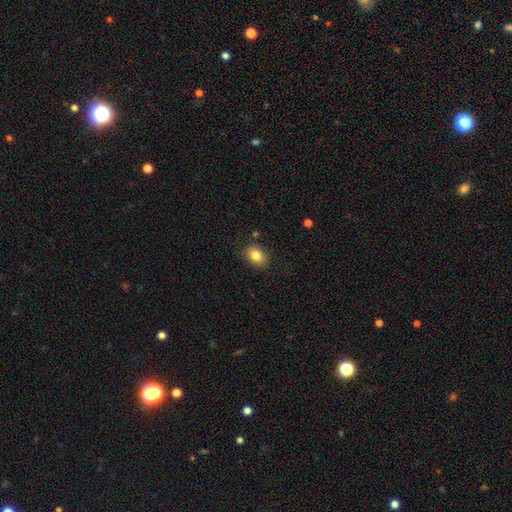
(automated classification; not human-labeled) Q: Smooth or featured?
A: smooth (82%); runner-up: star or artifact (9%)
Q: How rounded?
A: in between (66%); runner-up: round (33%)
Q: Merging?
A: none (87%); runner-up: minor disturbance (9%)